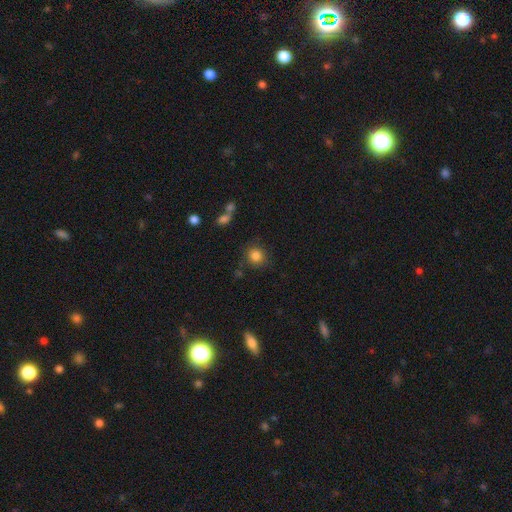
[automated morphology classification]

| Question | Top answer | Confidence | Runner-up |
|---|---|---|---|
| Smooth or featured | smooth | 84% | star or artifact (11%) |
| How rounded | round | 89% | in between (10%) |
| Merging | none | 81% | minor disturbance (11%) |